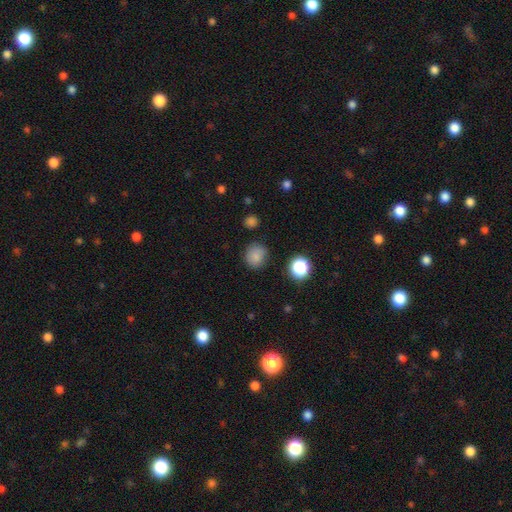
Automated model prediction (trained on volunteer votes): Q: Smooth or featured?
A: smooth (82%); runner-up: star or artifact (13%)
Q: How rounded?
A: round (85%); runner-up: in between (14%)
Q: Merging?
A: none (81%); runner-up: minor disturbance (13%)